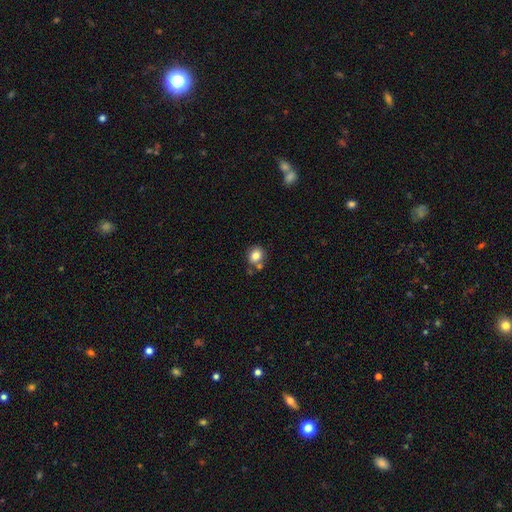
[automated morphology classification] A smooth galaxy with no disk features (82%) that is round (69%).

Vote fractions:
- Smooth or featured? smooth: 82% / star or artifact: 10% / featured or disk: 8%
- How rounded? round: 69% / in between: 30% / cigar-shaped: 1%
- Merging? none: 65% / merger: 18% / minor disturbance: 14% / major disturbance: 4%